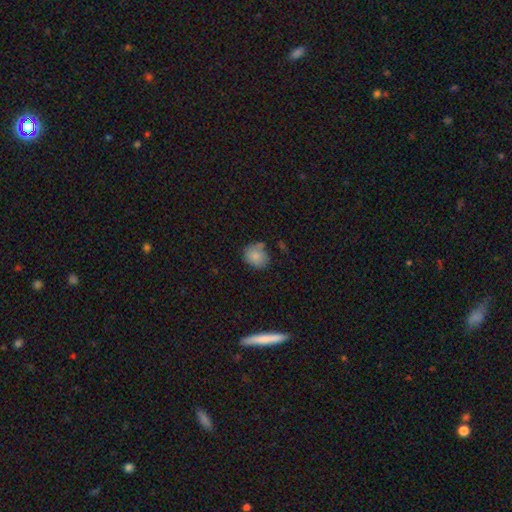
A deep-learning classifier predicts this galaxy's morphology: smooth 82%, featured or disk 9%, star or artifact 9%. Down the decision tree: how rounded — round (70%); merging — none (60%).